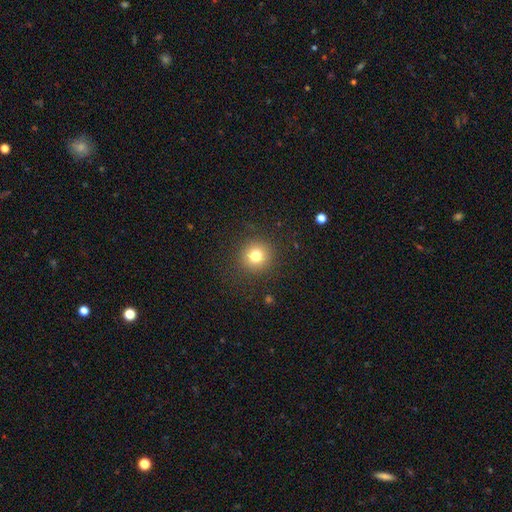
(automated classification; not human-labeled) A smooth galaxy with no disk features (78%) that is round (93%).

Vote fractions:
- Smooth or featured? smooth: 78% / star or artifact: 13% / featured or disk: 9%
- How rounded? round: 93% / in between: 6% / cigar-shaped: 1%
- Merging? none: 90% / minor disturbance: 6% / major disturbance: 3% / merger: 1%